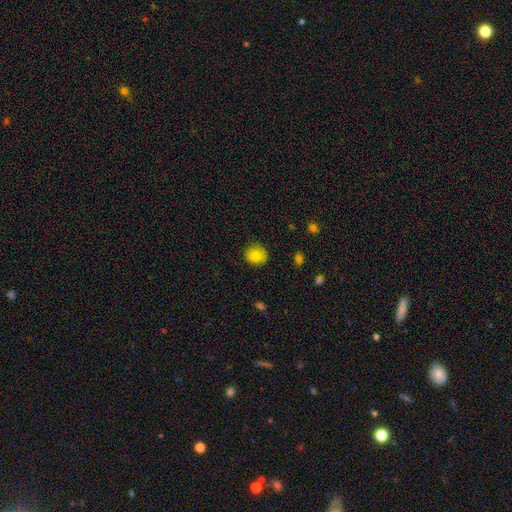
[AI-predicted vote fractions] smooth 84%, star or artifact 10%, featured or disk 6%. Down the decision tree: how rounded — round (79%); merging — none (82%).